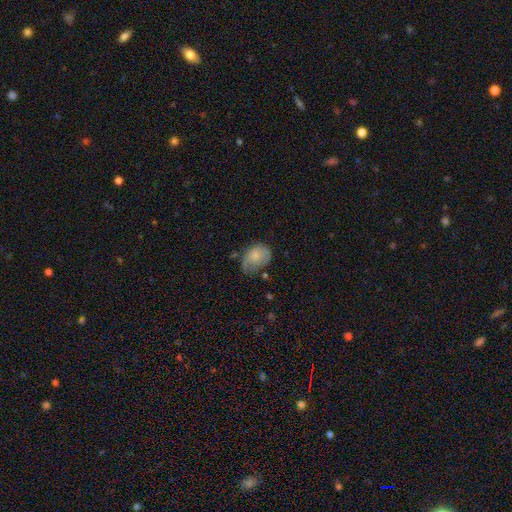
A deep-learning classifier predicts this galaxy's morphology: A smooth galaxy with no disk features (65%) that is in between round and cigar-shaped (72%).

Vote fractions:
- Smooth or featured? smooth: 65% / featured or disk: 27% / star or artifact: 8%
- How rounded? in between: 72% / round: 27% / cigar-shaped: 1%
- Merging? minor disturbance: 38% / none: 34% / major disturbance: 23% / merger: 4%